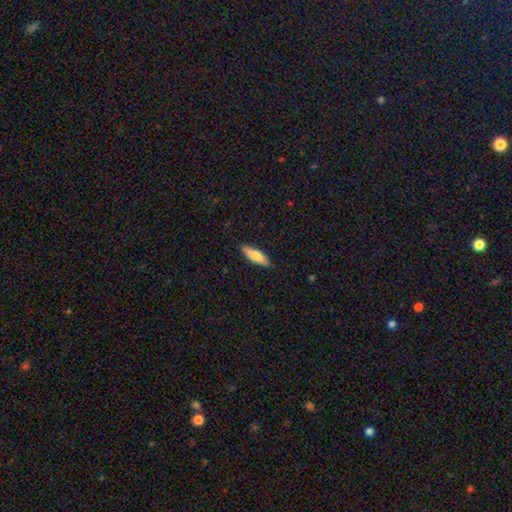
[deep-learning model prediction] The model was most divided on "how rounded": cigar-shaped: 63%, in between: 36%, round: 2%. More confident: merging — none (88%); smooth or featured — smooth (76%).